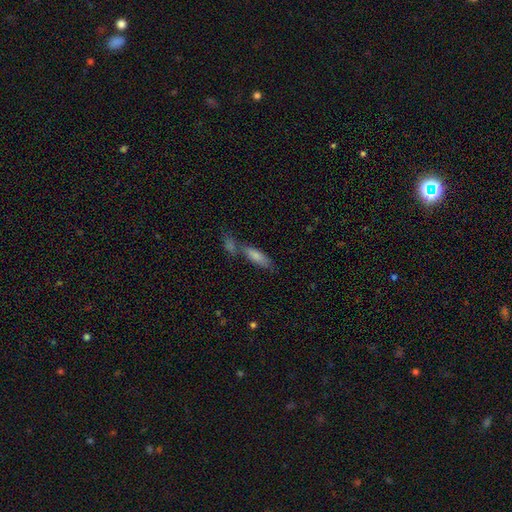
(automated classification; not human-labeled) Q: Smooth or featured?
A: smooth (77%); runner-up: featured or disk (16%)
Q: How rounded?
A: cigar-shaped (50%); runner-up: in between (48%)
Q: Merging?
A: merger (43%); runner-up: none (39%)